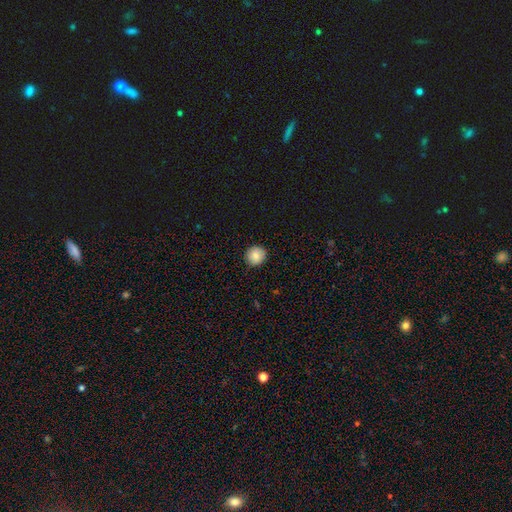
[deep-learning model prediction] A smooth galaxy with no disk features (85%) that is round (92%). Merging: none (90%).